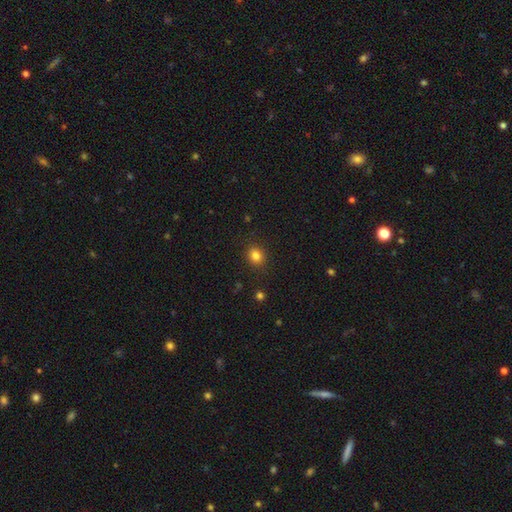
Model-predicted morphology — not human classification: smooth 83%, star or artifact 12%, featured or disk 5%. Down the decision tree: how rounded — round (67%); merging — none (88%).